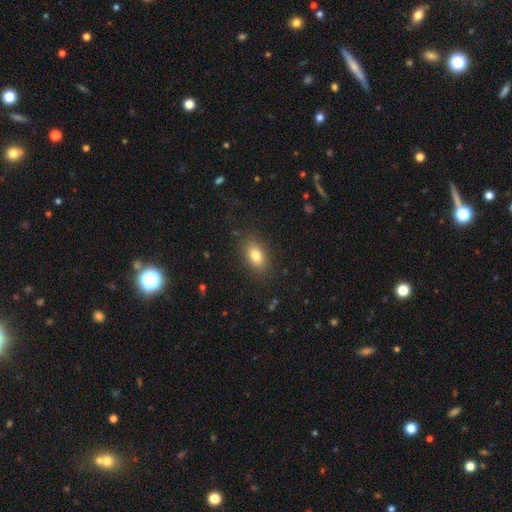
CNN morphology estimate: type=smooth (81%); roundness=in between (87%); merging=none (85%).